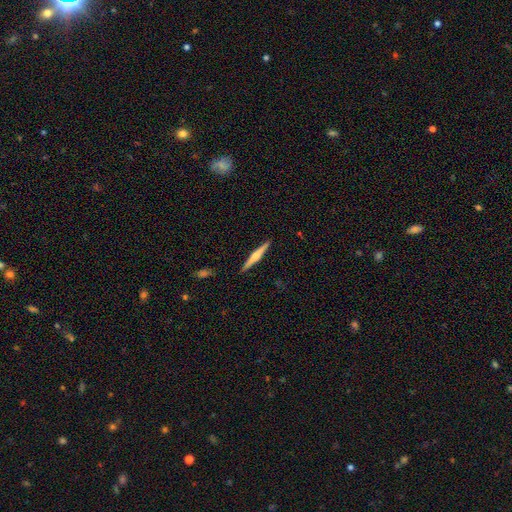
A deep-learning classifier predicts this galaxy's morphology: type=featured or disk (61%); edge-on=yes (98%); edge-on bulge=rounded (80%); merging=none (91%).